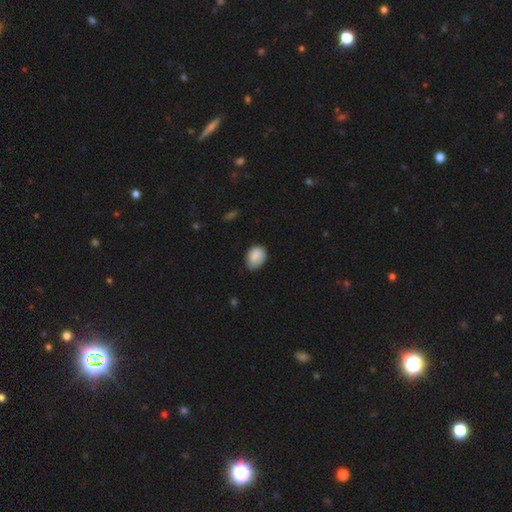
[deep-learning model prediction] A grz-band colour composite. It shows a smooth galaxy with no disk features (86%) that is in between round and cigar-shaped (73%). Merging: none (58%).